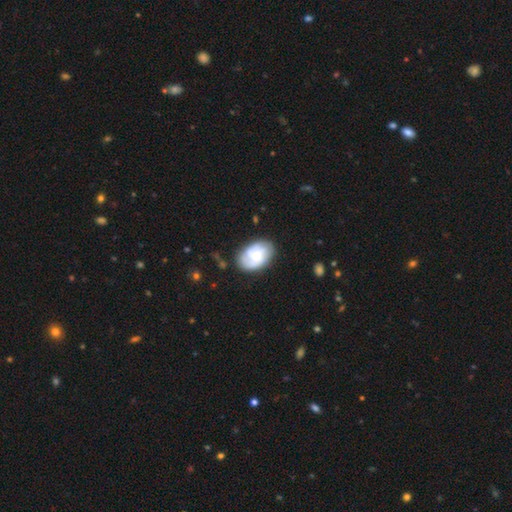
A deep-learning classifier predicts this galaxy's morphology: This appears to be a featured or disk galaxy (60%) with no bar (65%), spiral arms (82%) and a moderate central bulge (50%). Merging: none (68%).